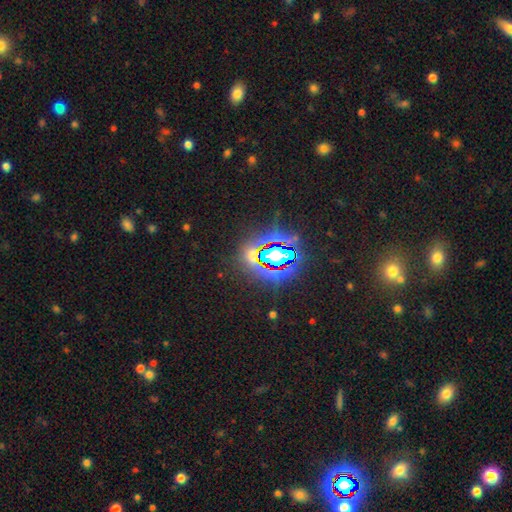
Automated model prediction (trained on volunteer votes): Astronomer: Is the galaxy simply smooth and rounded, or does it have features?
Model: star or artifact — 78%.